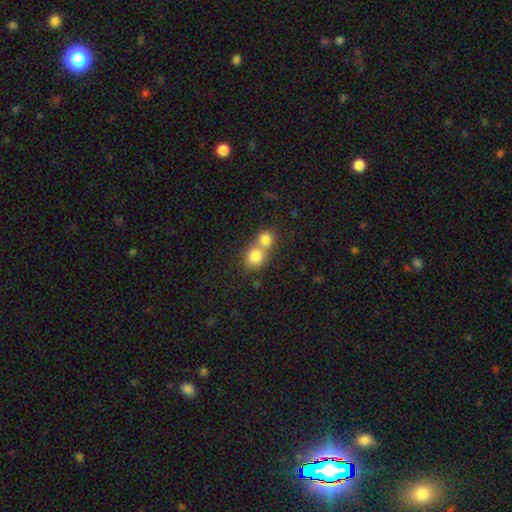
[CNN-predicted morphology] smooth 80%, featured or disk 10%, star or artifact 10%. Down the decision tree: how rounded — round (74%); merging — merger (63%).